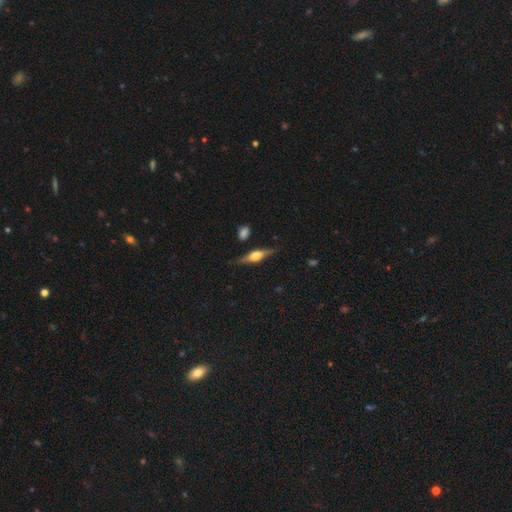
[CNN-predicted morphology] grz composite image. It shows a featured or disk galaxy (67%) viewed edge-on (96%) with a rounded central bulge (90%). Merging: none (82%).